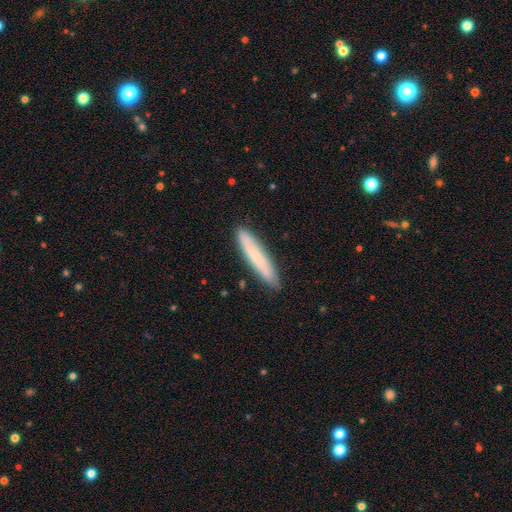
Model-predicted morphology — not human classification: This appears to be a smooth galaxy with no disk features (70%) that is cigar-shaped (92%). Merging: none (88%).